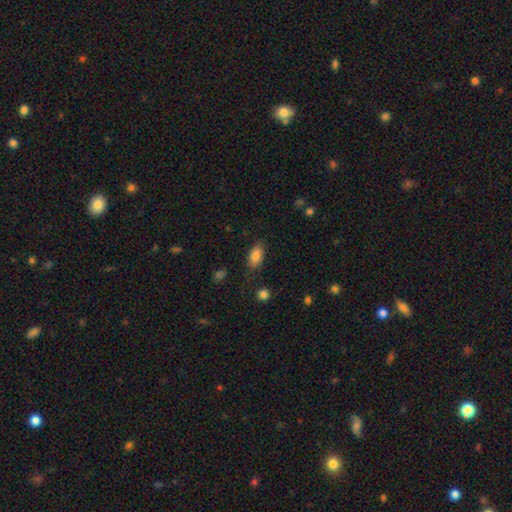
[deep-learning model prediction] smooth 83%, featured or disk 9%, star or artifact 8%. Down the decision tree: how rounded — in between (89%); merging — none (81%).